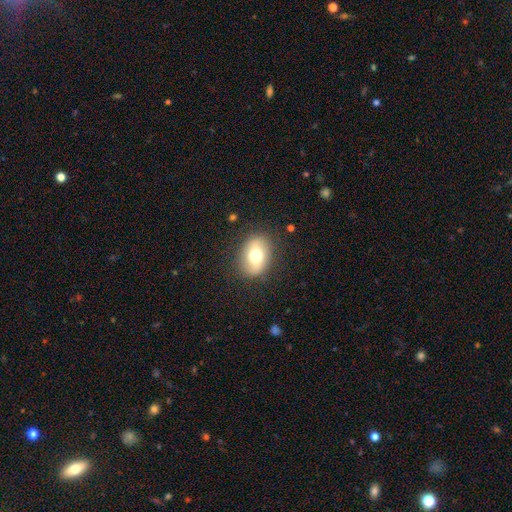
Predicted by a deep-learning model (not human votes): Morphology: type=smooth (65%); roundness=in between (71%); merging=none (84%).